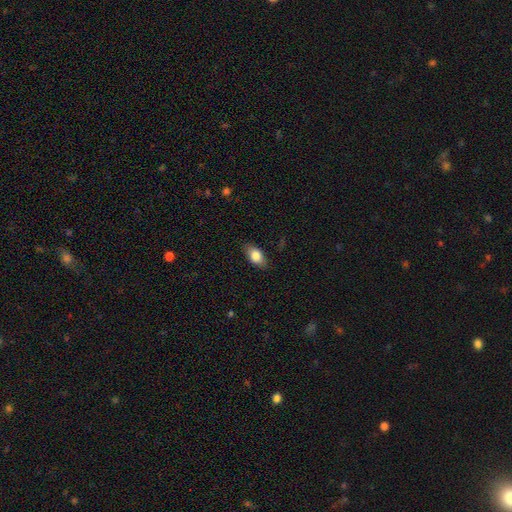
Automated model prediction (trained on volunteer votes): Smooth or featured? smooth (79%)
How rounded? in between (87%)
Merging? none (83%)